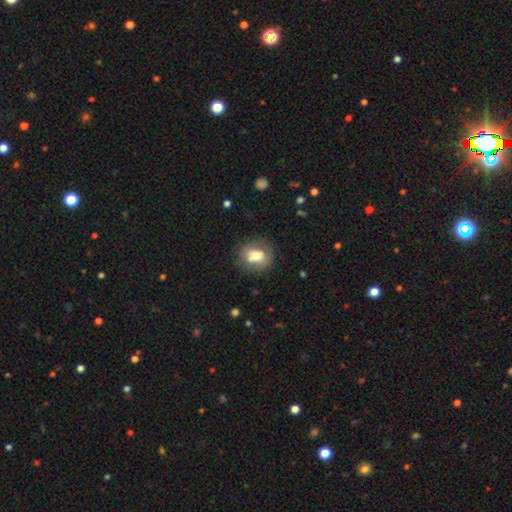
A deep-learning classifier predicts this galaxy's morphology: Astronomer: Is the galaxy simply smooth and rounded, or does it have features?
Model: smooth — 68%.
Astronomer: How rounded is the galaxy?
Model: round — 60% (runner-up: in between, 39%).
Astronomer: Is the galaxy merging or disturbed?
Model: none — 72%.